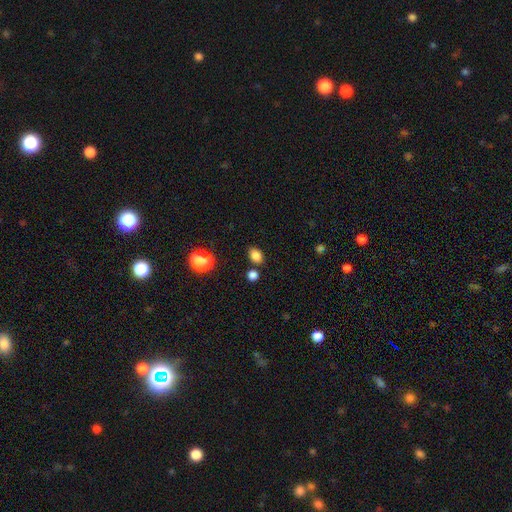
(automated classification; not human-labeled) A smooth galaxy with no disk features (84%) that is in between round and cigar-shaped (70%). Merging: none (75%).